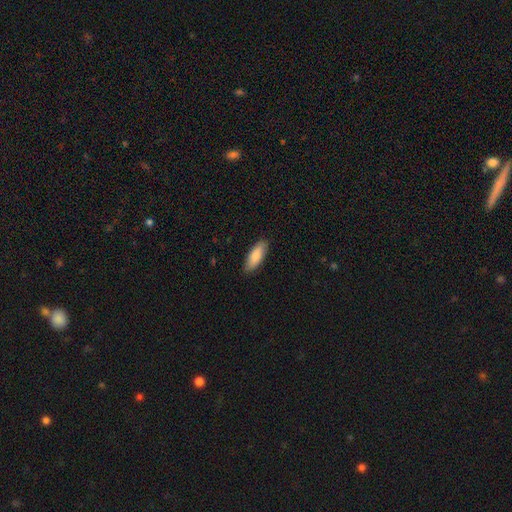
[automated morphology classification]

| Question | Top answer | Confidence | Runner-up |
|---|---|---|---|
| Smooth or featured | smooth | 81% | featured or disk (13%) |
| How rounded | in between | 71% | cigar-shaped (27%) |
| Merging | none | 87% | minor disturbance (10%) |